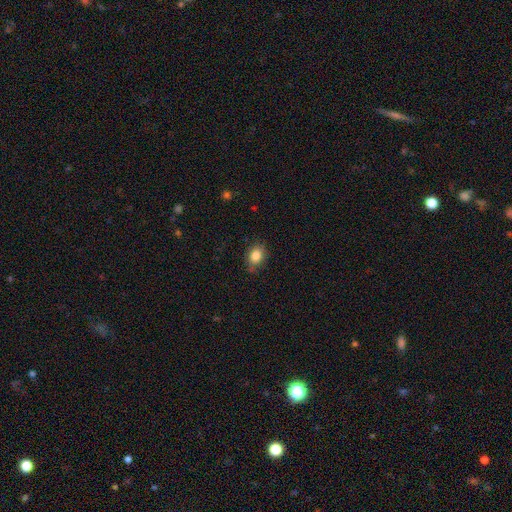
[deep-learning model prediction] The model was most divided on "how rounded": in between: 63%, round: 36%, cigar-shaped: 1%. More confident: smooth or featured — smooth (84%); merging — none (77%).